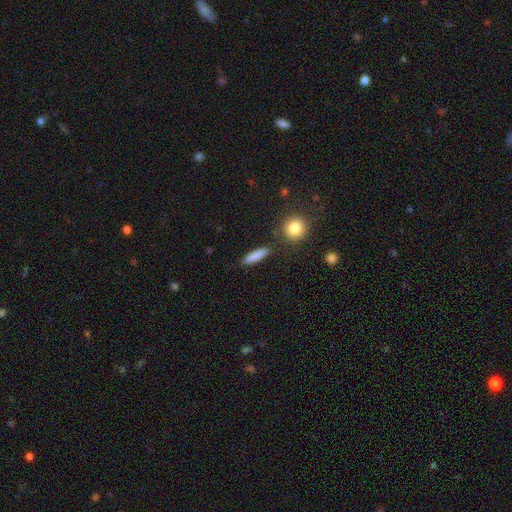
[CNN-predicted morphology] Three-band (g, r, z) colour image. It shows a smooth galaxy with no disk features (84%) that is cigar-shaped (76%). Merging: none (87%).